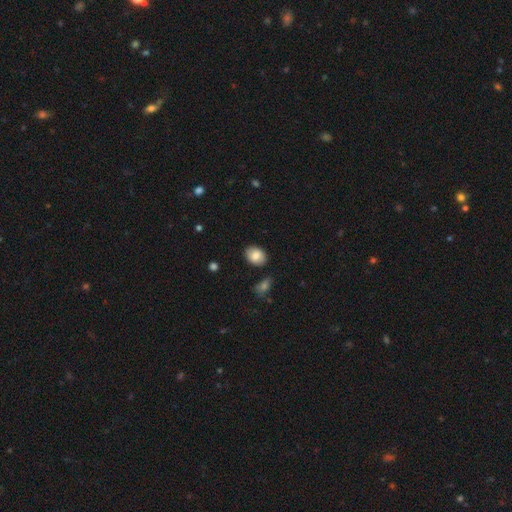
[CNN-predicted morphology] A smooth galaxy with no disk features (83%) that is in between round and cigar-shaped (71%). Merging: none (82%).